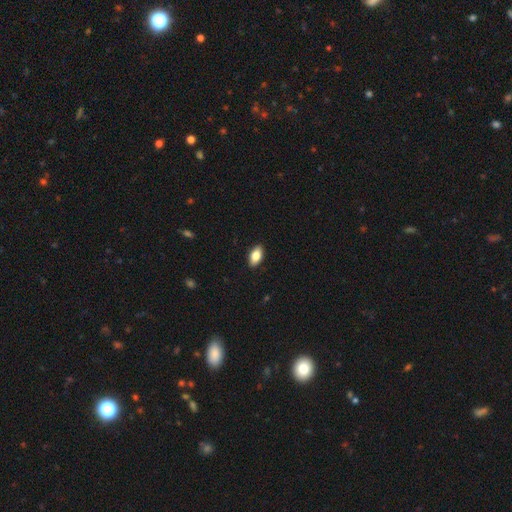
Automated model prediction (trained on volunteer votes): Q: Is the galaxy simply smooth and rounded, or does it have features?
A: smooth — 83%.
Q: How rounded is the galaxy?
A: in between — 92%.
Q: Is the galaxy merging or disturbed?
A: none — 90%.